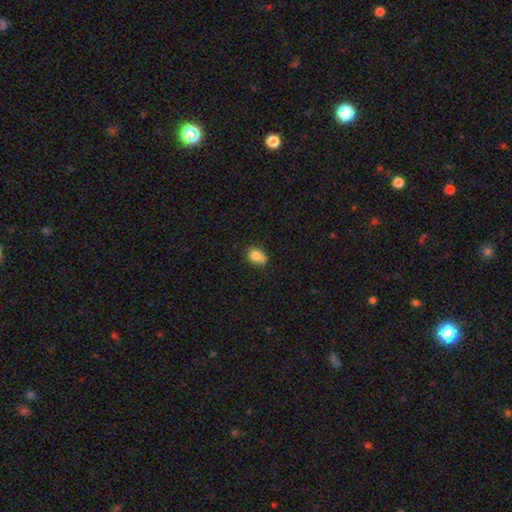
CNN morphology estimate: A smooth galaxy with no disk features (80%) that is in between round and cigar-shaped (59%).

Vote fractions:
- Smooth or featured? smooth: 80% / star or artifact: 10% / featured or disk: 10%
- How rounded? in between: 59% / round: 39% / cigar-shaped: 1%
- Merging? none: 51% / minor disturbance: 29% / merger: 13% / major disturbance: 7%